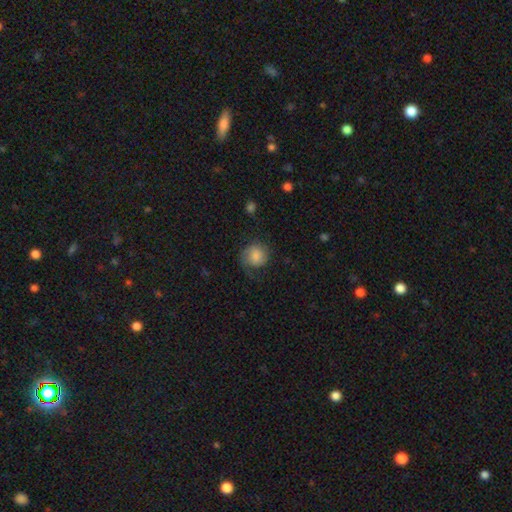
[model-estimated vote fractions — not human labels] The model was most divided on "merging": none: 55%, minor disturbance: 24%, major disturbance: 19%, merger: 2%. More confident: how rounded — round (81%); smooth or featured — smooth (64%).